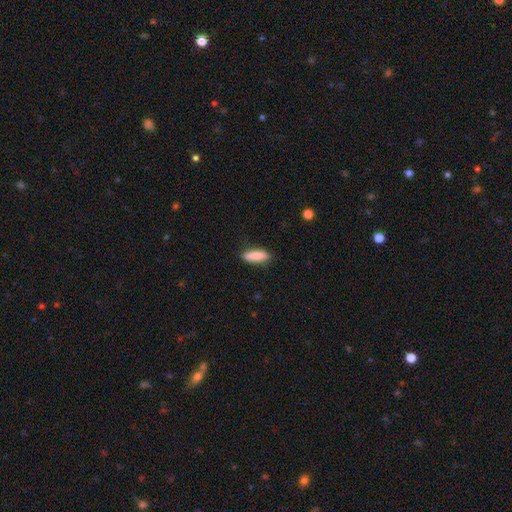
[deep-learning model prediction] smooth-or-featured: smooth: 88% | featured or disk: 6% | star or artifact: 6%
  how-rounded: in between: 58% | cigar-shaped: 40% | round: 2%
  merging: none: 85% | minor disturbance: 11% | major disturbance: 2% | merger: 1%